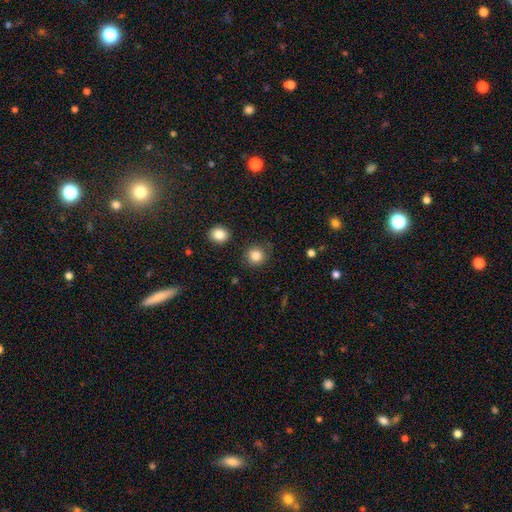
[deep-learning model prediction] Smooth or featured: smooth — 84% (star or artifact — 11%)
How rounded: round — 91% (in between — 8%)
Merging: none — 86% (minor disturbance — 9%)